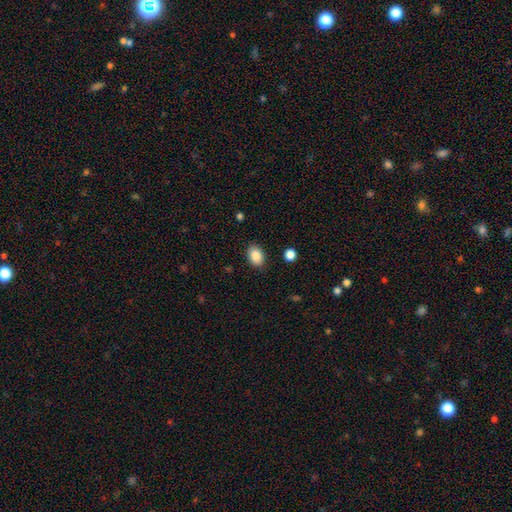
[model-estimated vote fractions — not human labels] Morphology: type=smooth (88%); roundness=in between (79%); merging=none (87%).